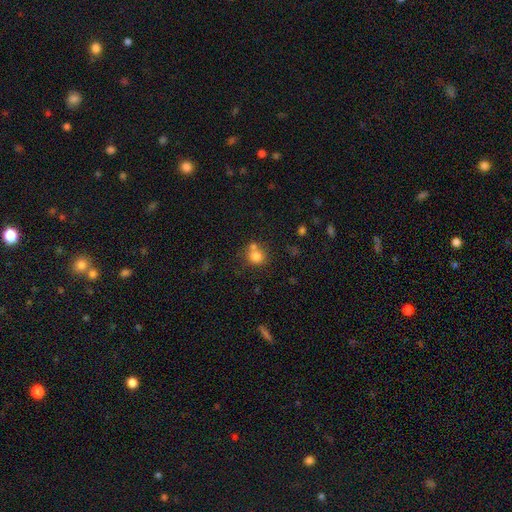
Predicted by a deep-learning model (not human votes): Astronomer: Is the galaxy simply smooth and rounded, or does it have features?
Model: smooth — 79%.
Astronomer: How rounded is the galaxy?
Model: round — 83%.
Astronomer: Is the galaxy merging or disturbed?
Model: none — 53% (runner-up: merger, 33%).